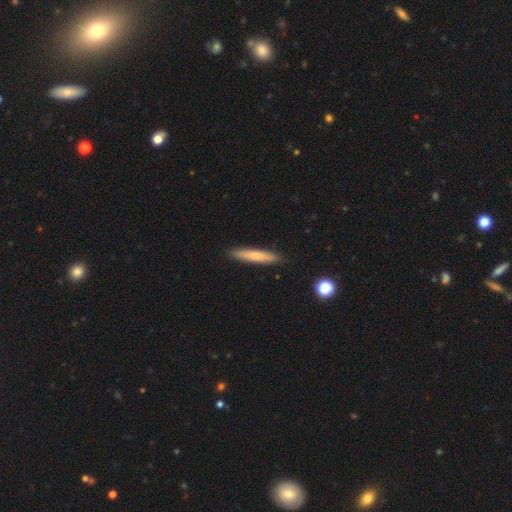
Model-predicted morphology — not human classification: Overall: smooth (70%). How rounded: cigar-shaped (92%). Merging: none (90%).